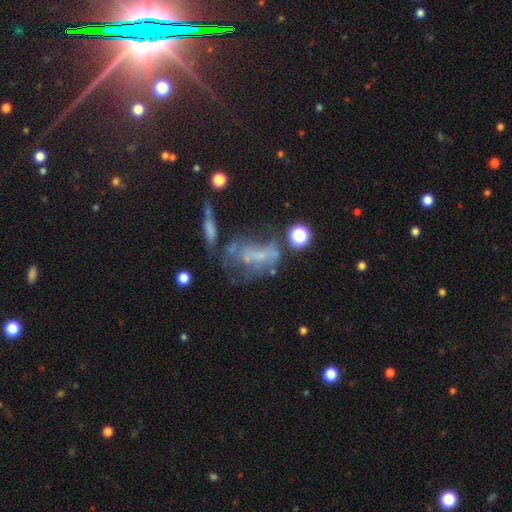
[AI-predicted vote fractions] Smooth or featured?
  - featured or disk: 49% *
  - smooth: 31%
  - star or artifact: 20%
Merging?
  - major disturbance: 33% *
  - merger: 27%
  - none: 25%
  - minor disturbance: 15%